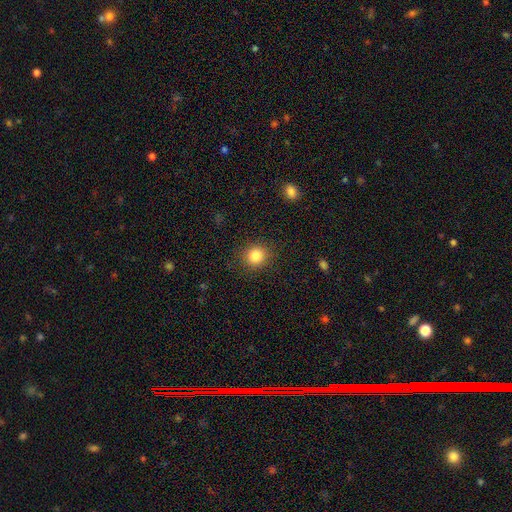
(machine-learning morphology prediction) The model was most divided on "how rounded": round: 84%, in between: 15%, cigar-shaped: 1%. More confident: merging — none (88%); smooth or featured — smooth (84%).